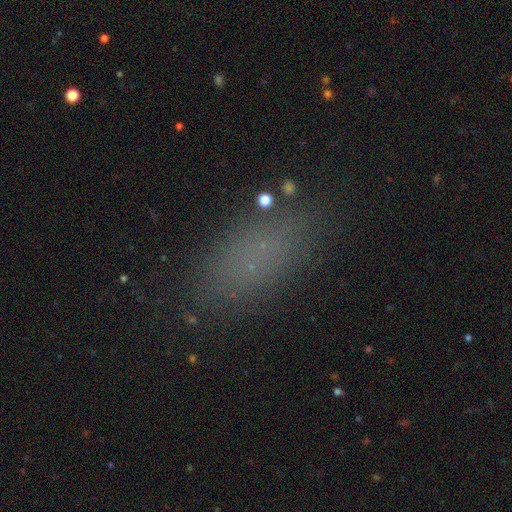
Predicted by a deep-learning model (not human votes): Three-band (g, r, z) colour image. It shows a smooth galaxy with no disk features (75%) that is in between round and cigar-shaped (81%). Merging: none (83%).